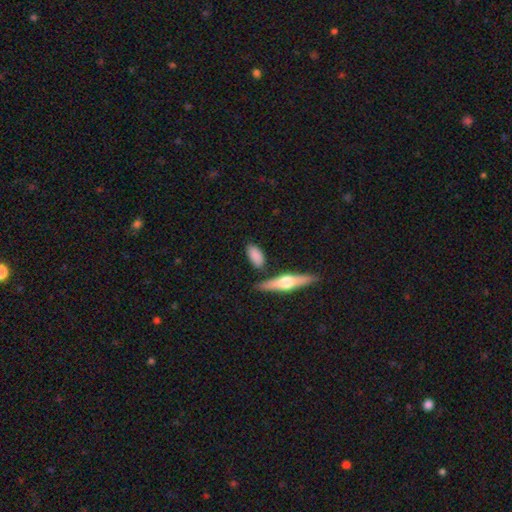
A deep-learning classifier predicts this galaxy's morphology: Smooth or featured: smooth — 80% (featured or disk — 15%)
How rounded: in between — 83% (cigar-shaped — 13%)
Merging: none — 75% (minor disturbance — 14%)